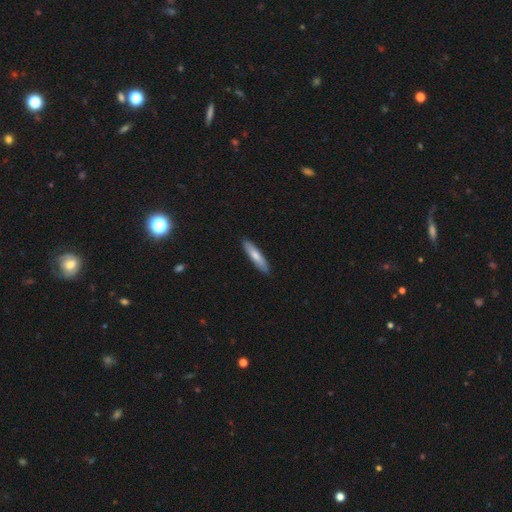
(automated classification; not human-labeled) This appears to be a smooth galaxy with no disk features (70%) that is cigar-shaped (82%). Merging: none (88%).